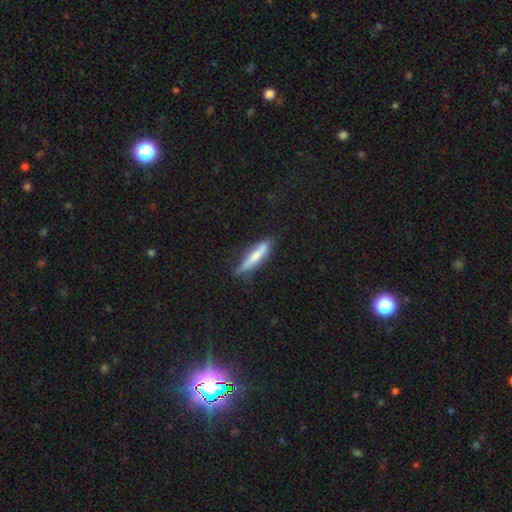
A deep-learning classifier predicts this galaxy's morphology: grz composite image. It shows a smooth galaxy with no disk features (58%) that is cigar-shaped (83%). Merging: none (66%).